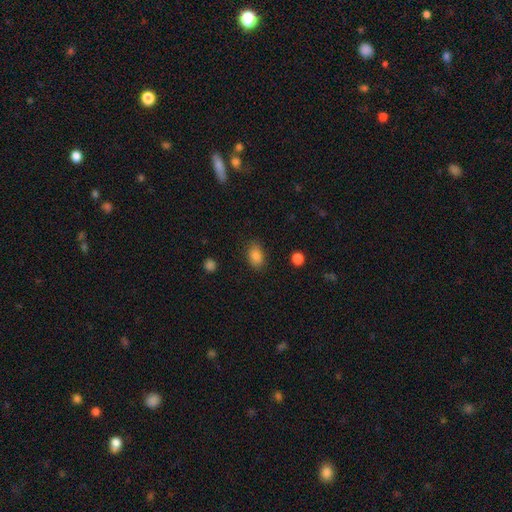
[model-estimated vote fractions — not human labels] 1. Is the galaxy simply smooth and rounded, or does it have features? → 85% smooth, 9% star or artifact, 6% featured or disk.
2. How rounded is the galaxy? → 85% in between, 14% round, 1% cigar-shaped.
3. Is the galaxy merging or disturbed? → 83% none, 13% minor disturbance, 3% major disturbance, 1% merger.